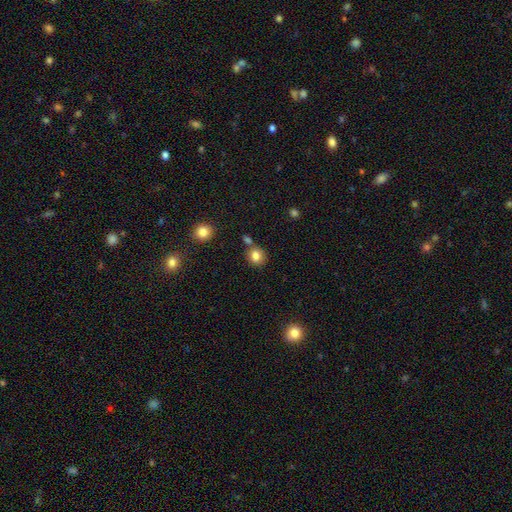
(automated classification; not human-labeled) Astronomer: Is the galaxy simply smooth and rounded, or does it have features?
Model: smooth — 81%.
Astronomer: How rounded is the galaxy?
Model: round — 83%.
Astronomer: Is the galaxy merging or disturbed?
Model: none — 74%.